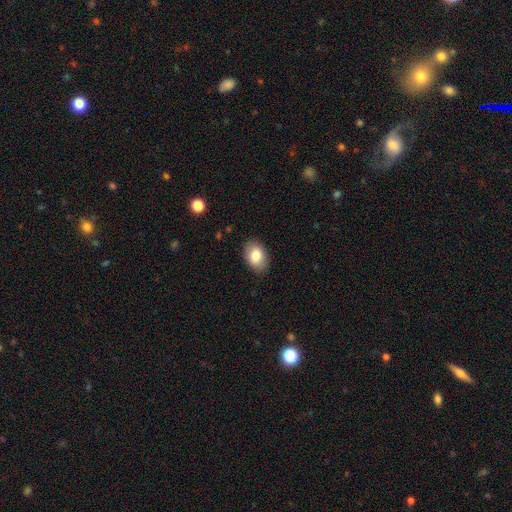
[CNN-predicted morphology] A smooth galaxy with no disk features (82%) that is in between round and cigar-shaped (81%). Merging: none (86%).